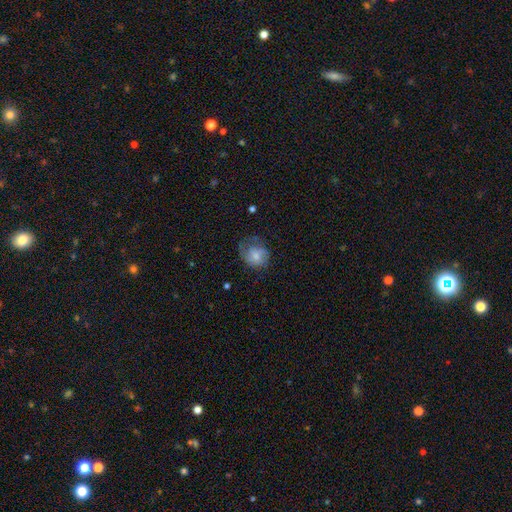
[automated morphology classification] Overall: smooth (54%; featured or disk 37%). How rounded: round (60%; in between 39%). Merging: none (42%; minor disturbance 29%).